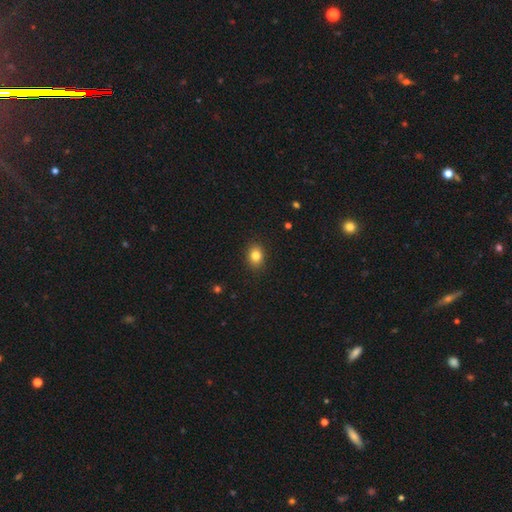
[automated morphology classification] A smooth galaxy with no disk features (83%) that is in between round and cigar-shaped (55%).

Vote fractions:
- Smooth or featured? smooth: 83% / star or artifact: 11% / featured or disk: 6%
- How rounded? in between: 55% / round: 44% / cigar-shaped: 1%
- Merging? none: 89% / minor disturbance: 8% / major disturbance: 2% / merger: 1%